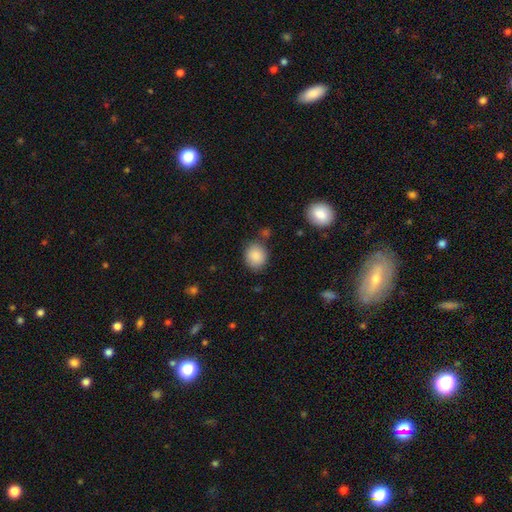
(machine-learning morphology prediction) Smooth or featured?
  - smooth: 87% *
  - star or artifact: 8%
  - featured or disk: 5%
How rounded?
  - round: 71% *
  - in between: 28%
  - cigar-shaped: 1%
Merging?
  - none: 77% *
  - minor disturbance: 14%
  - merger: 5%
  - major disturbance: 4%